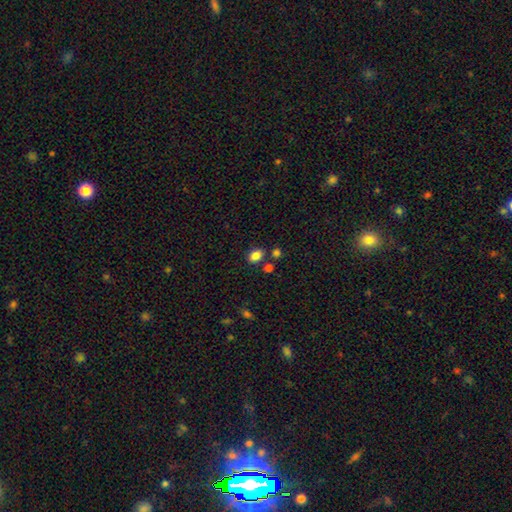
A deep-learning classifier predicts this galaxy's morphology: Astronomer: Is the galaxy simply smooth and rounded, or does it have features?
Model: smooth — 84%.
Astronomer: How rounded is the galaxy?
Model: in between — 74%.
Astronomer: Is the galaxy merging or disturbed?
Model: none — 77%.